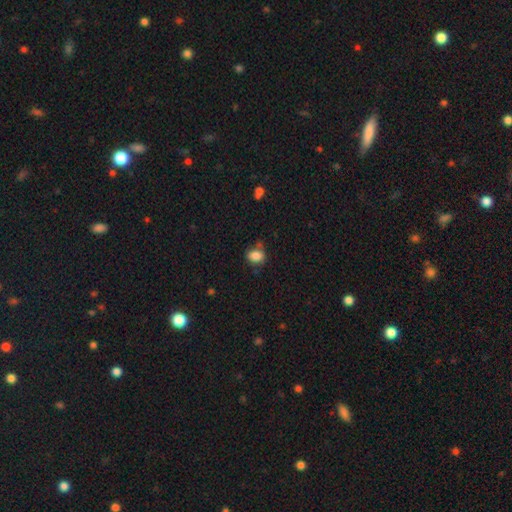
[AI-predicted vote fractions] smooth-or-featured: smooth: 85% | star or artifact: 10% | featured or disk: 6%
  how-rounded: in between: 64% | round: 34% | cigar-shaped: 1%
  merging: none: 65% | minor disturbance: 19% | merger: 10% | major disturbance: 5%